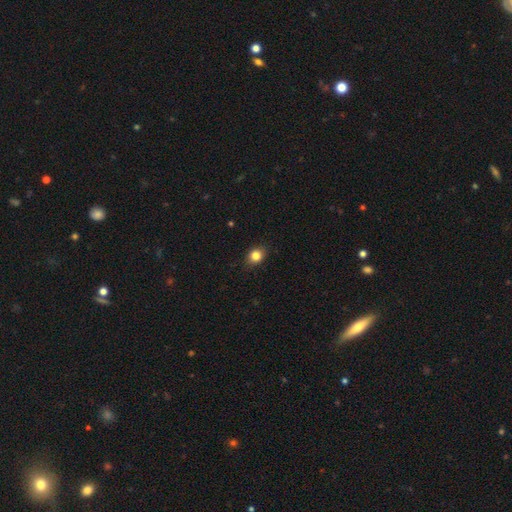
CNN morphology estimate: smooth-or-featured: smooth: 83% | star or artifact: 10% | featured or disk: 6%
  how-rounded: round: 52% | in between: 46% | cigar-shaped: 1%
  merging: none: 85% | minor disturbance: 11% | major disturbance: 2% | merger: 1%